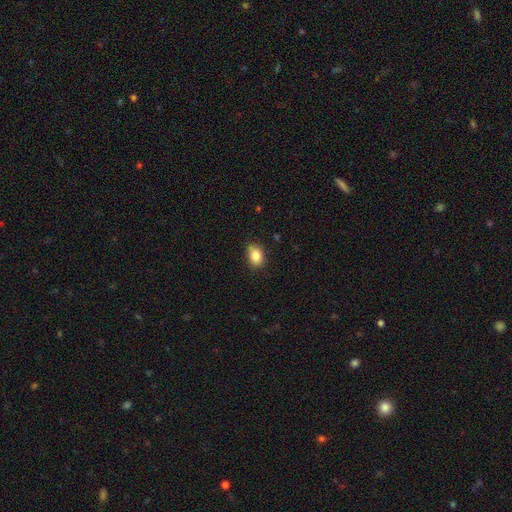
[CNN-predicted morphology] Smooth or featured? smooth (86%)
How rounded? in between (72%)
Merging? none (80%)